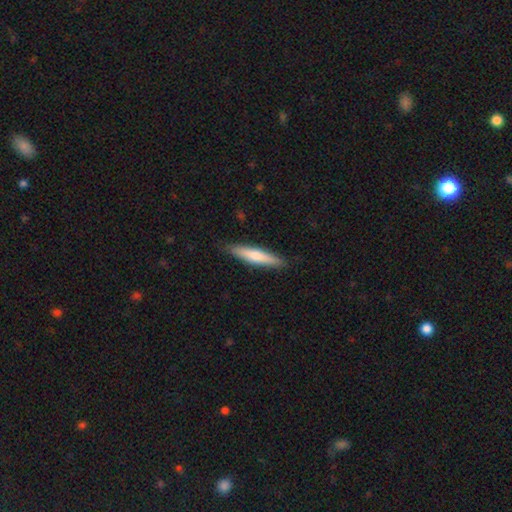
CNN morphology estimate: type=smooth (64%); roundness=cigar-shaped (86%); merging=none (88%).